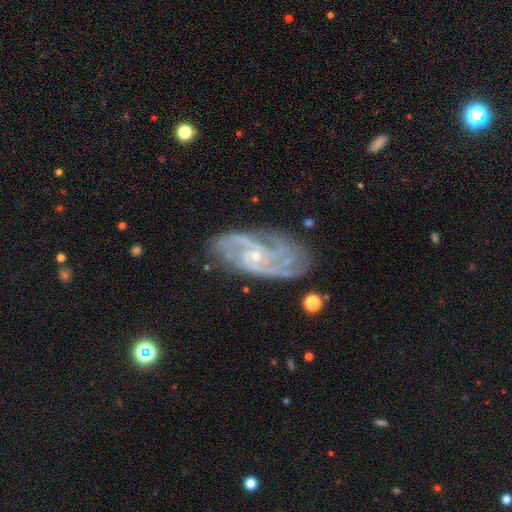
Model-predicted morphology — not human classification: A featured or disk galaxy (89%) with no bar (64%), 3 (27%) tight (53%) spiral arms (98%) and a small central bulge (81%).

Vote fractions:
- Smooth or featured? featured or disk: 89% / star or artifact: 6% / smooth: 5%
- Edge-on disk? no: 96% / yes: 4%
- Bar? no: 64% / weak: 29% / strong: 7%
- Spiral arms? yes: 98% / no: 2%
- Spiral winding? tight: 53% / medium: 39% / loose: 8%
- Spiral arm count? 3: 27% / 2: 21% / 4: 19% / can't tell: 19% / more than 4: 7% / 1: 7%
- Bulge size? small: 81% / moderate: 15% / none: 2% / large: 1% / dominant: 1%
- Merging? none: 76% / minor disturbance: 17% / major disturbance: 5% / merger: 2%